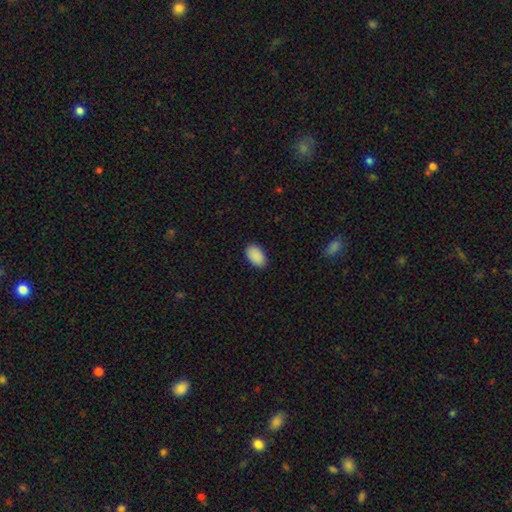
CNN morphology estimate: Smooth or featured? Predicted: smooth (p=0.91). How rounded? Predicted: in between (p=0.93). Merging? Predicted: none (p=0.88).